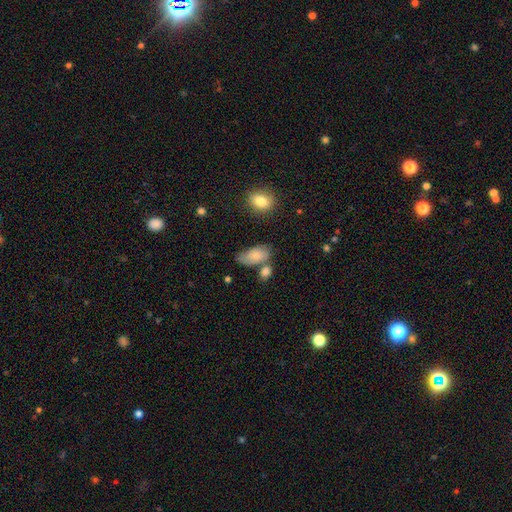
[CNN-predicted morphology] A smooth galaxy with no disk features (79%) that is in between round and cigar-shaped (92%). Merging: none (49%).